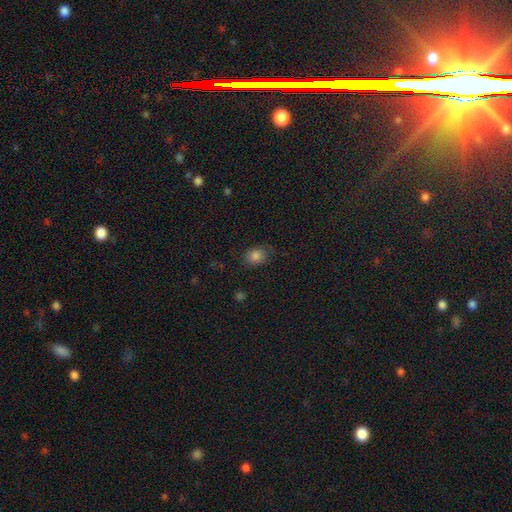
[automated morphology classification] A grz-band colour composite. It shows a smooth galaxy with no disk features (82%) that is in between round and cigar-shaped (57%). Merging: none (73%).